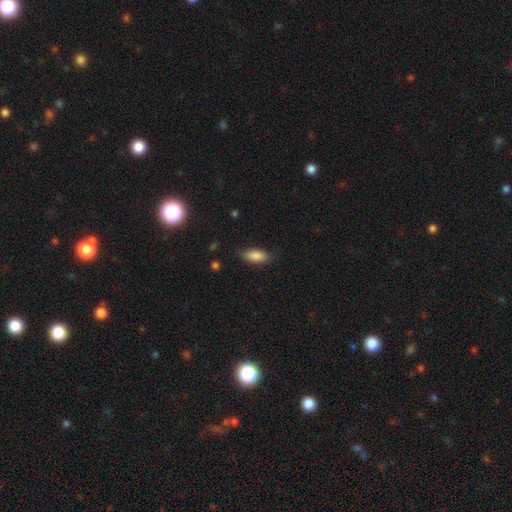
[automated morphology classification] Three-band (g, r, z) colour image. It shows a smooth galaxy with no disk features (86%) that is in between round and cigar-shaped (80%). Merging: none (81%).